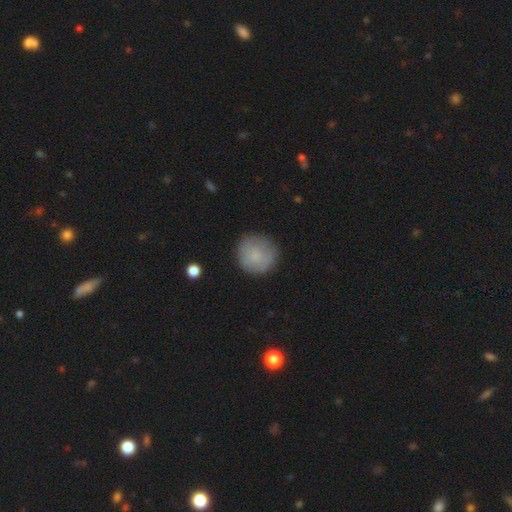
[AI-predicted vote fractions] Q: Smooth or featured?
A: smooth (78%); runner-up: featured or disk (15%)
Q: How rounded?
A: round (94%); runner-up: in between (5%)
Q: Merging?
A: none (83%); runner-up: minor disturbance (12%)